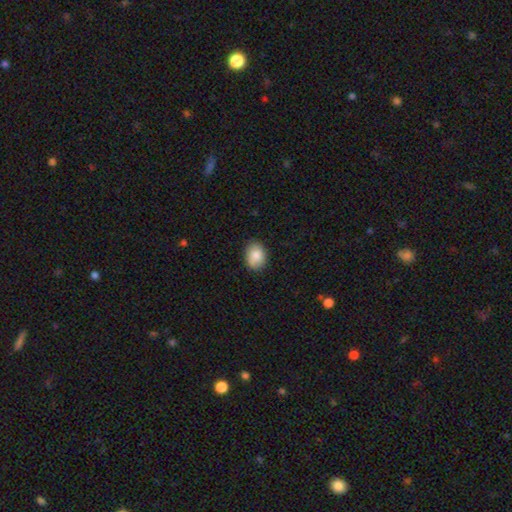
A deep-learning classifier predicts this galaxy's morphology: Smooth or featured? smooth (83%)
How rounded? in between (70%)
Merging? none (80%)